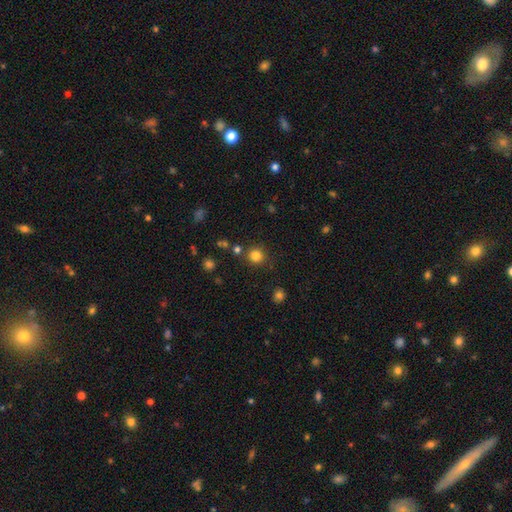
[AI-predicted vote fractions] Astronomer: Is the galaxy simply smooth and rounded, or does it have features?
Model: smooth — 82%.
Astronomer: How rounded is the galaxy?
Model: round — 93%.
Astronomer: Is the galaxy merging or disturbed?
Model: none — 85%.